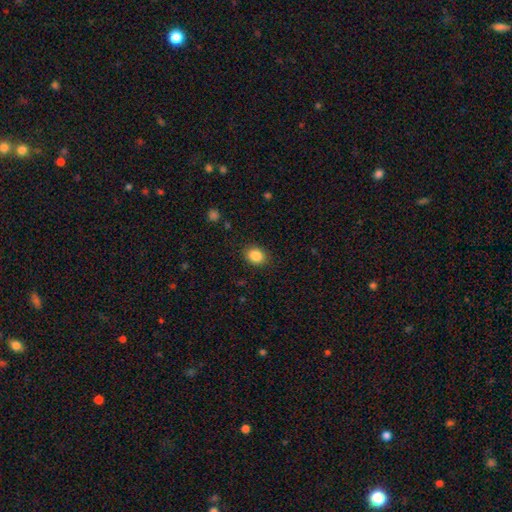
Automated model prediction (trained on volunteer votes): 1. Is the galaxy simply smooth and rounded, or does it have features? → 86% smooth, 9% star or artifact, 5% featured or disk.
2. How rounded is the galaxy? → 51% round, 48% in between, 1% cigar-shaped.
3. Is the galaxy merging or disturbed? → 87% none, 9% minor disturbance, 3% major disturbance, 1% merger.